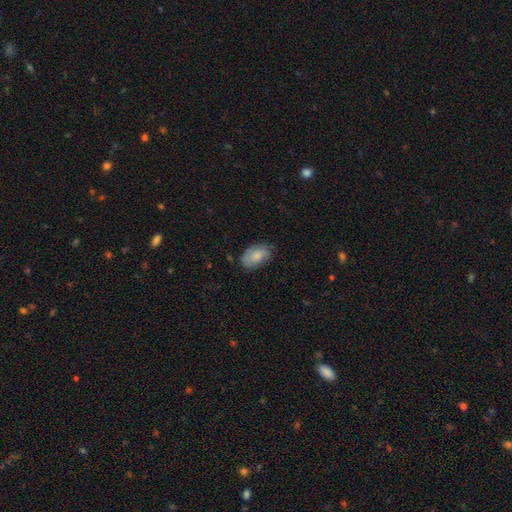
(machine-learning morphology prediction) Overall: smooth (77%). How rounded: in between (92%). Merging: none (69%).